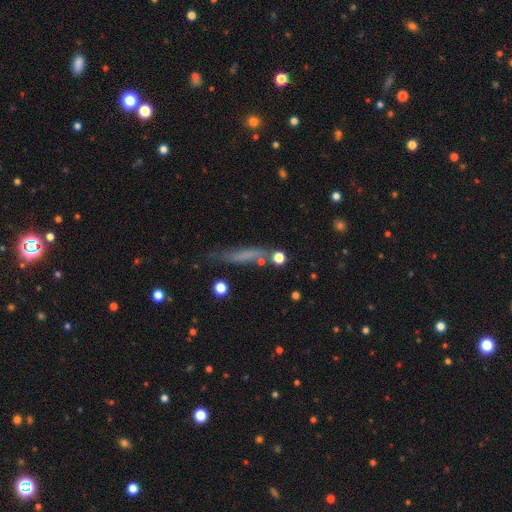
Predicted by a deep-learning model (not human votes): The model was most divided on "smooth or featured": smooth: 58%, featured or disk: 28%, star or artifact: 13%. More confident: how rounded — cigar-shaped (85%); merging — none (62%).